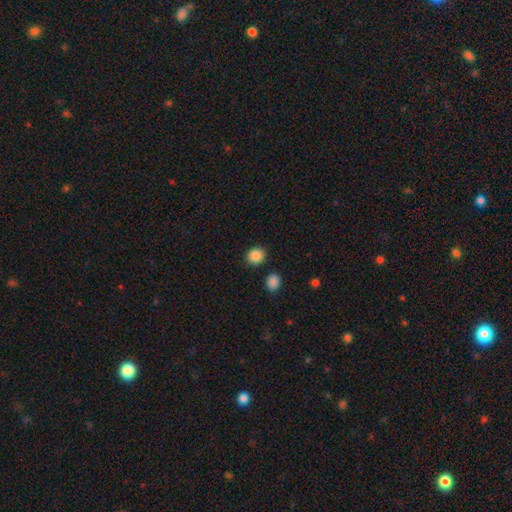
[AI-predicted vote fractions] Smooth or featured?
  - smooth: 88% *
  - star or artifact: 9%
  - featured or disk: 3%
How rounded?
  - round: 77% *
  - in between: 22%
  - cigar-shaped: 1%
Merging?
  - none: 86% *
  - minor disturbance: 7%
  - merger: 4%
  - major disturbance: 2%